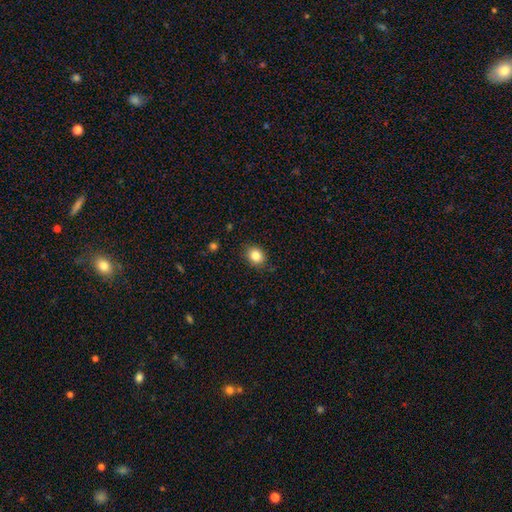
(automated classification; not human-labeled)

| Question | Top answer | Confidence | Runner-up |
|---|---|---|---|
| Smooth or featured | smooth | 84% | star or artifact (10%) |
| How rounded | round | 59% | in between (40%) |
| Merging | none | 85% | minor disturbance (11%) |